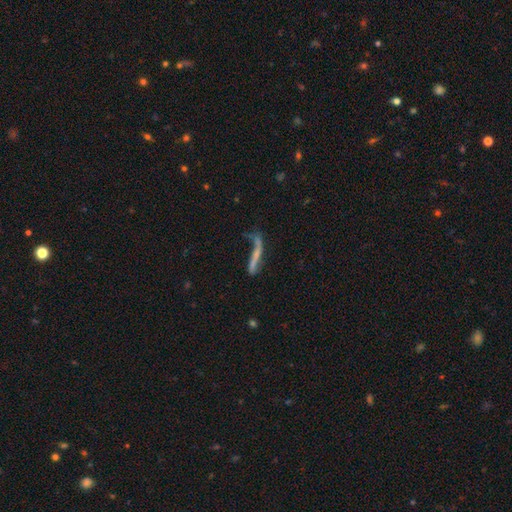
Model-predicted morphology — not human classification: type=featured or disk (49%); merging=none (34%).